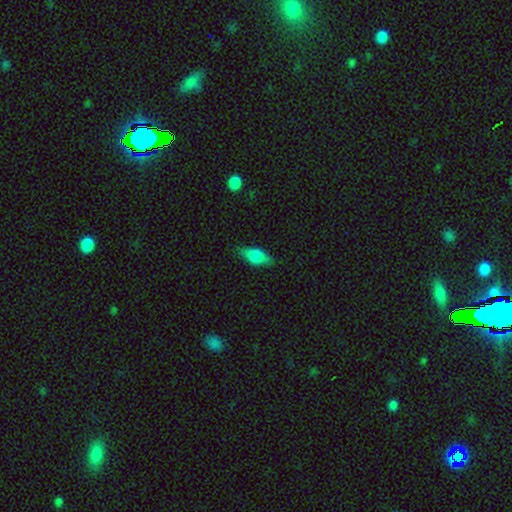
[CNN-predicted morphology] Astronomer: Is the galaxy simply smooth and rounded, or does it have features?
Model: smooth — 69%.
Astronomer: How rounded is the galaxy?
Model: in between — 77%.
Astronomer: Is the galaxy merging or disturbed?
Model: none — 80%.